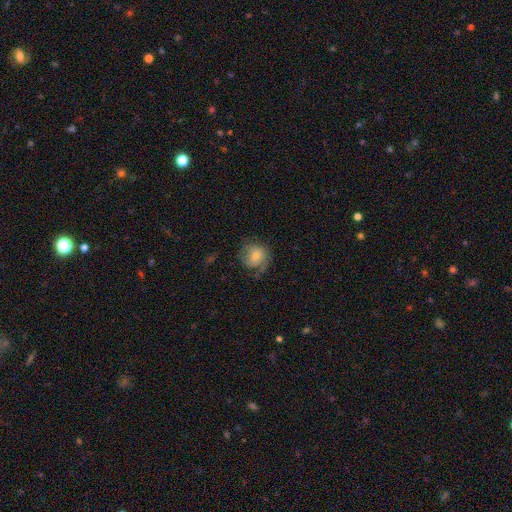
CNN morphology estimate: smooth-or-featured: smooth: 48% | featured or disk: 43% | star or artifact: 9%
  merging: none: 59% | minor disturbance: 22% | major disturbance: 17% | merger: 2%